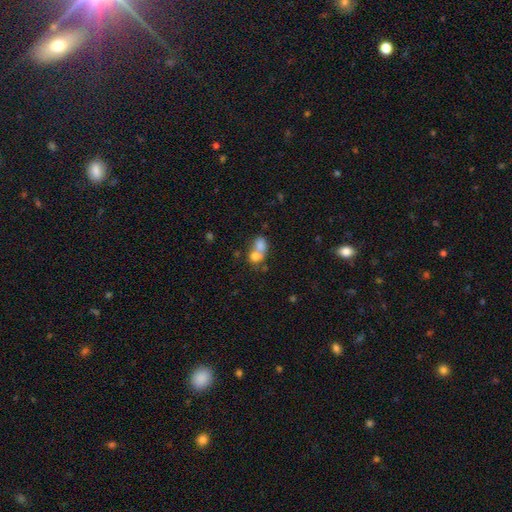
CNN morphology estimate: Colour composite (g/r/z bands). It shows a smooth galaxy with no disk features (72%) that is round (53%). Merging: merger (71%).